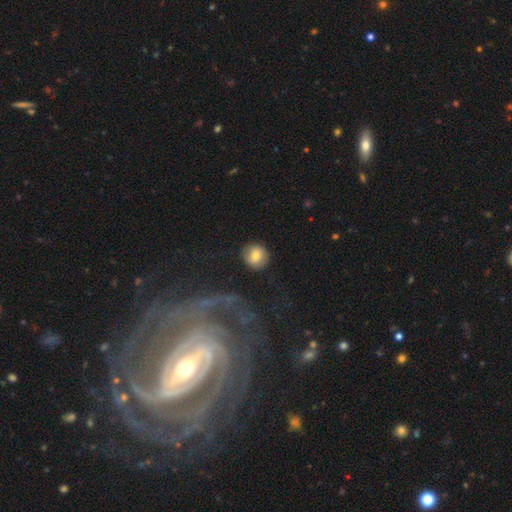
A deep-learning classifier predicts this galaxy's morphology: Smooth or featured? Predicted: smooth (p=0.76). How rounded? Predicted: round (p=0.90). Merging? Predicted: none (p=0.87).